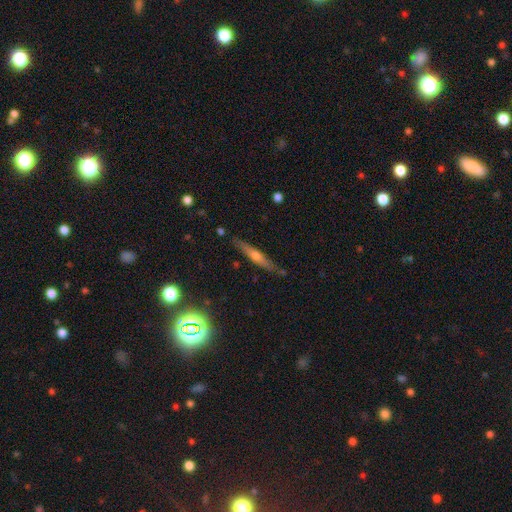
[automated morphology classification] type=featured or disk (60%); edge-on=yes (94%); edge-on bulge=rounded (80%); merging=none (85%).